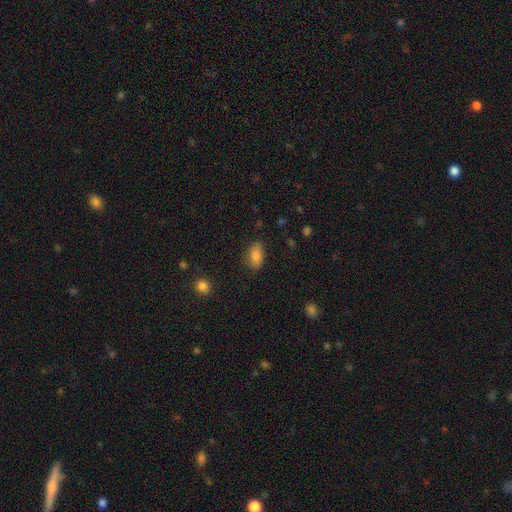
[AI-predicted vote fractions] Morphology: type=smooth (85%); roundness=in between (90%); merging=none (80%).